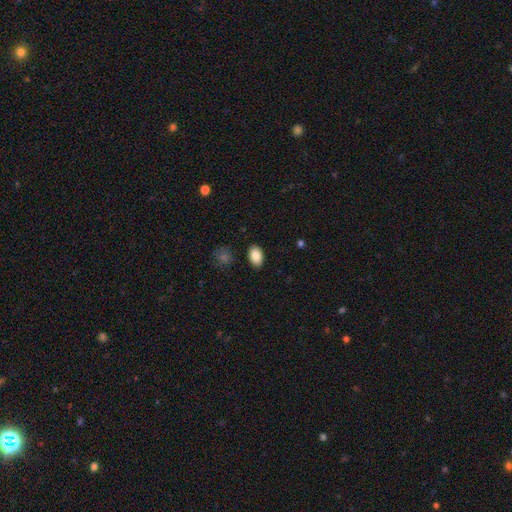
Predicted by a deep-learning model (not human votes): Smooth or featured? smooth (88%)
How rounded? in between (90%)
Merging? none (88%)